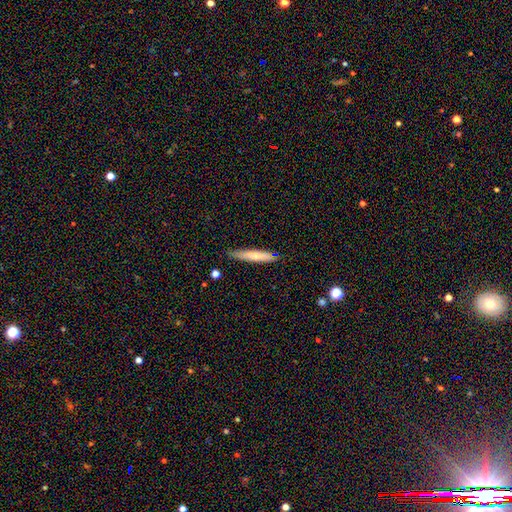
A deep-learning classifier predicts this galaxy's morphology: This is likely a smooth galaxy (68%). How rounded: clearly cigar-shaped (91%). Merging: clearly none (82%).